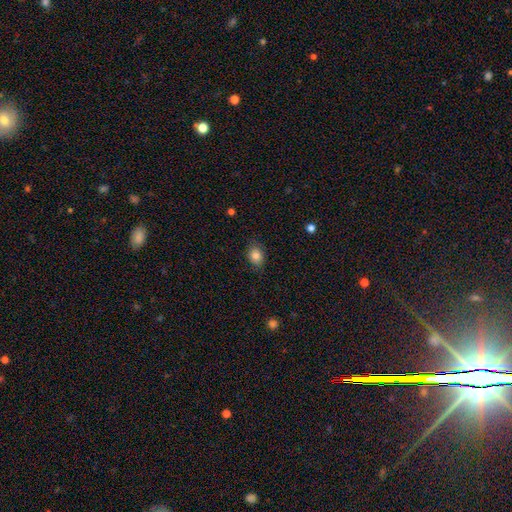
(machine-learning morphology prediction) Smooth or featured?
  - smooth: 82% *
  - star or artifact: 9%
  - featured or disk: 8%
How rounded?
  - in between: 65% *
  - round: 34%
  - cigar-shaped: 1%
Merging?
  - none: 82% *
  - minor disturbance: 14%
  - major disturbance: 3%
  - merger: 1%